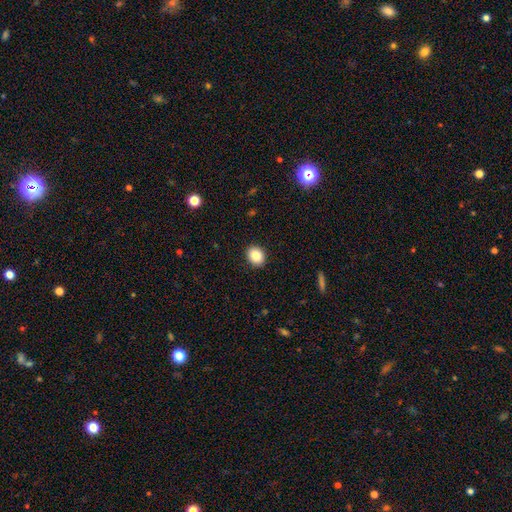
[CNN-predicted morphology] Smooth or featured? Predicted: smooth (p=0.86). How rounded? Predicted: in between (p=0.50). Merging? Predicted: none (p=0.91).